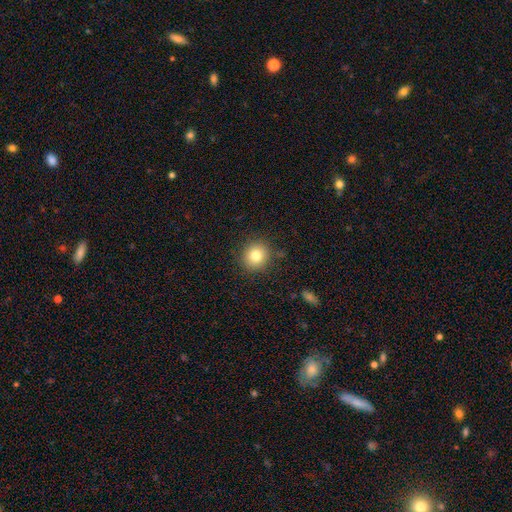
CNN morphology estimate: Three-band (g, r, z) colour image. It shows a smooth galaxy with no disk features (80%) that is round (90%). Merging: none (88%).